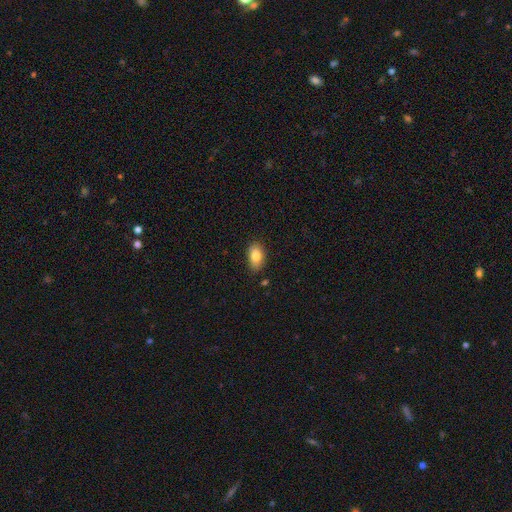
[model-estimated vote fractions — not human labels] Smooth or featured? Predicted: smooth (p=0.83). How rounded? Predicted: in between (p=0.90). Merging? Predicted: none (p=0.80).